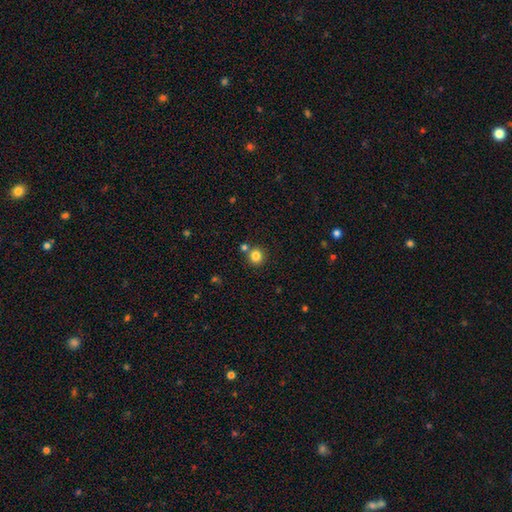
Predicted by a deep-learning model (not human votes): Smooth or featured?
  - smooth: 82% *
  - star or artifact: 12%
  - featured or disk: 6%
How rounded?
  - round: 92% *
  - in between: 7%
  - cigar-shaped: 1%
Merging?
  - none: 77% *
  - merger: 13%
  - minor disturbance: 7%
  - major disturbance: 2%